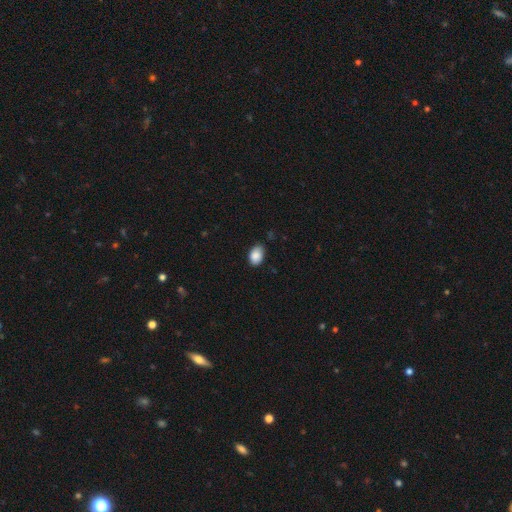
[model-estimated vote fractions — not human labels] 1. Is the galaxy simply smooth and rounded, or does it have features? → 88% smooth, 7% star or artifact, 4% featured or disk.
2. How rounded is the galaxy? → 85% in between, 14% round, 1% cigar-shaped.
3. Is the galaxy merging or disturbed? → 76% none, 20% minor disturbance, 3% major disturbance, 1% merger.